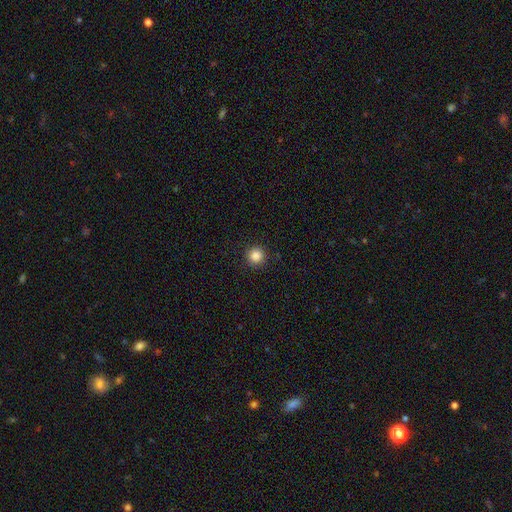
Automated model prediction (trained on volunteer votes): The model was most divided on "smooth or featured": smooth: 86%, star or artifact: 11%, featured or disk: 3%. More confident: how rounded — round (95%); merging — none (92%).